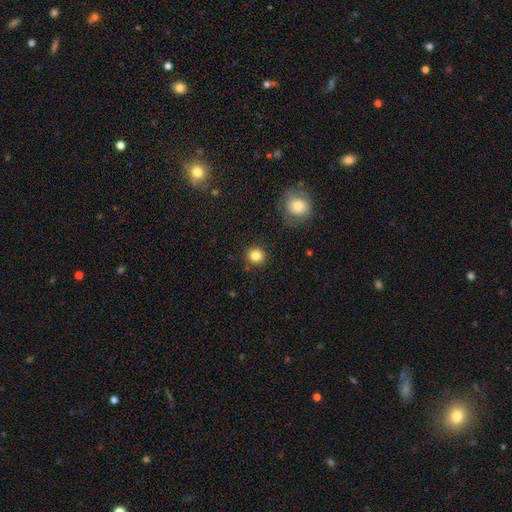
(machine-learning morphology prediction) Smooth or featured? smooth (84%)
How rounded? round (94%)
Merging? none (90%)